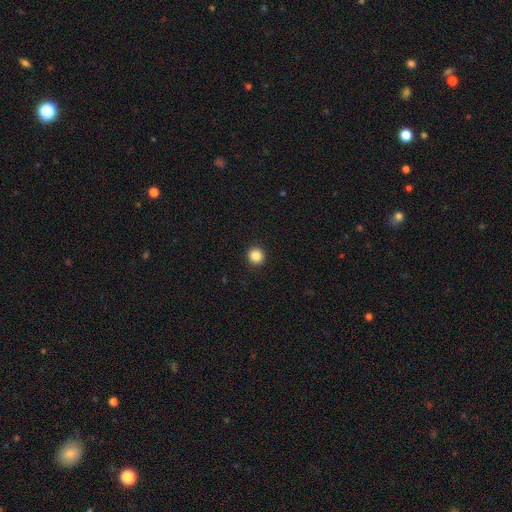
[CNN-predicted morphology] Q: Smooth or featured?
A: smooth (86%); runner-up: star or artifact (10%)
Q: How rounded?
A: round (94%); runner-up: in between (5%)
Q: Merging?
A: none (93%); runner-up: minor disturbance (4%)